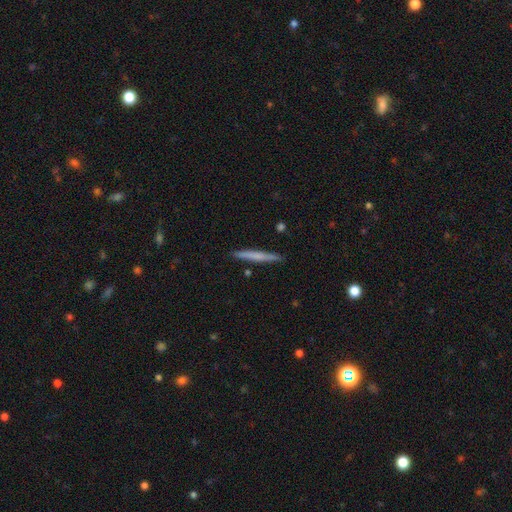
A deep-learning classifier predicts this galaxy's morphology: Smooth or featured? Predicted: smooth (p=0.58). How rounded? Predicted: cigar-shaped (p=0.96). Merging? Predicted: none (p=0.90).